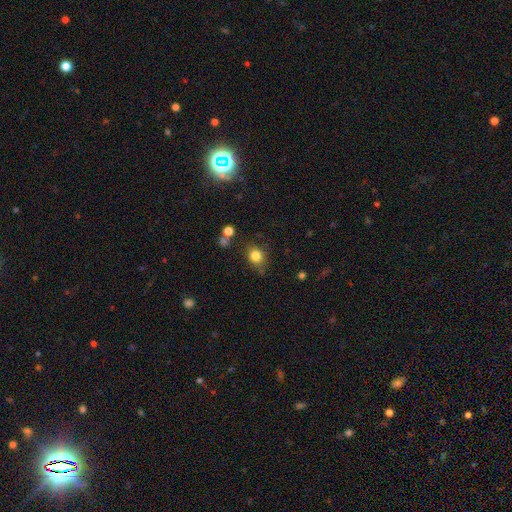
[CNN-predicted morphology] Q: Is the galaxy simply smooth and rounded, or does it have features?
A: smooth — 82%.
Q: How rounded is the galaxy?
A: round — 60%.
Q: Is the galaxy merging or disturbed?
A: none — 70%.